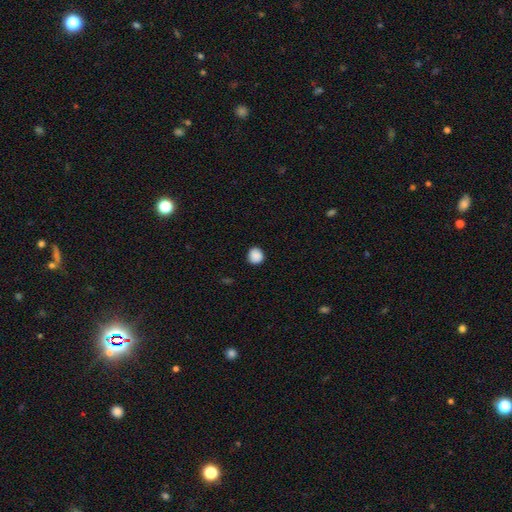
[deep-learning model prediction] smooth 89%, star or artifact 8%, featured or disk 3%. Down the decision tree: how rounded — round (86%); merging — none (90%).